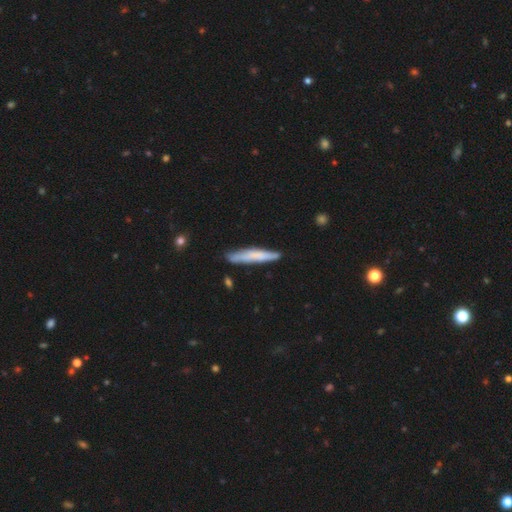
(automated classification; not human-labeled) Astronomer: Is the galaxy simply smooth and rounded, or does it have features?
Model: smooth — 64%.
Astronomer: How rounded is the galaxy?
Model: cigar-shaped — 93%.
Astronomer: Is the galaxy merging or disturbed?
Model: none — 78%.